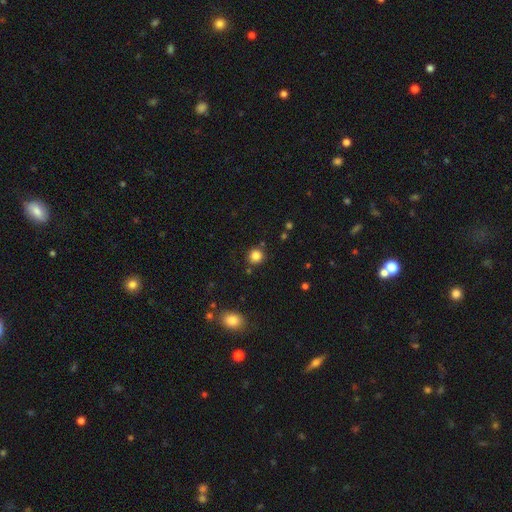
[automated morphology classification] Overall: smooth (83%). How rounded: round (92%). Merging: none (85%).